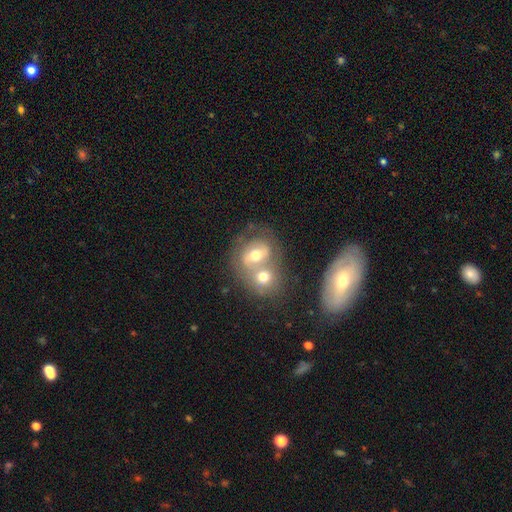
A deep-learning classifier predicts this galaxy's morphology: smooth_or_featured: featured or disk (p=0.52) [alt: smooth p=0.39]
disk_edge_on: no (p=0.95) [alt: yes p=0.05]
merging: merger (p=0.60) [alt: none p=0.25]